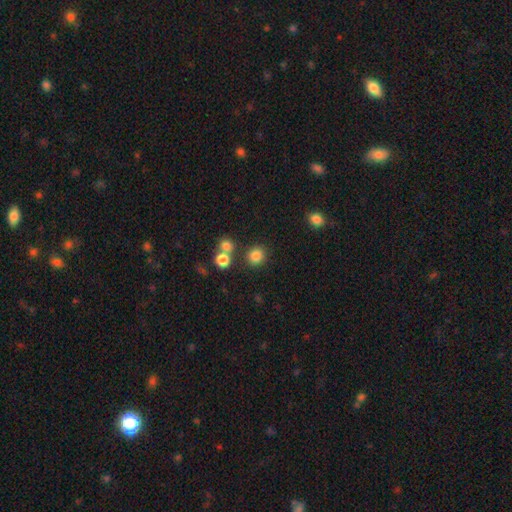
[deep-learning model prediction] Smooth or featured?
  - smooth: 82% *
  - star or artifact: 12%
  - featured or disk: 5%
How rounded?
  - round: 85% *
  - in between: 14%
  - cigar-shaped: 1%
Merging?
  - none: 78% *
  - merger: 11%
  - minor disturbance: 8%
  - major disturbance: 3%